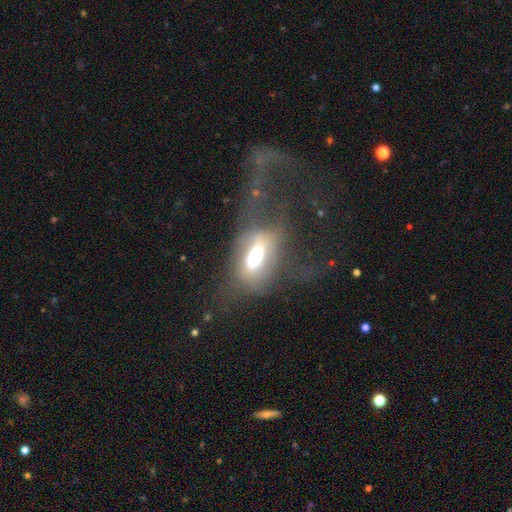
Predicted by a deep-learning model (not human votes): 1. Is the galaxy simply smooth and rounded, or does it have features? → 45% smooth, 44% featured or disk, 11% star or artifact.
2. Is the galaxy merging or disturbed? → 61% major disturbance, 19% none, 13% minor disturbance, 7% merger.